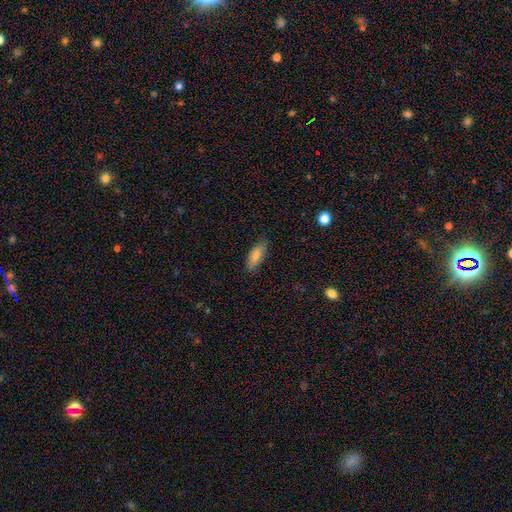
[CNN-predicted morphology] Smooth or featured: smooth — 85% (featured or disk — 9%)
How rounded: in between — 69% (cigar-shaped — 29%)
Merging: none — 82% (minor disturbance — 14%)